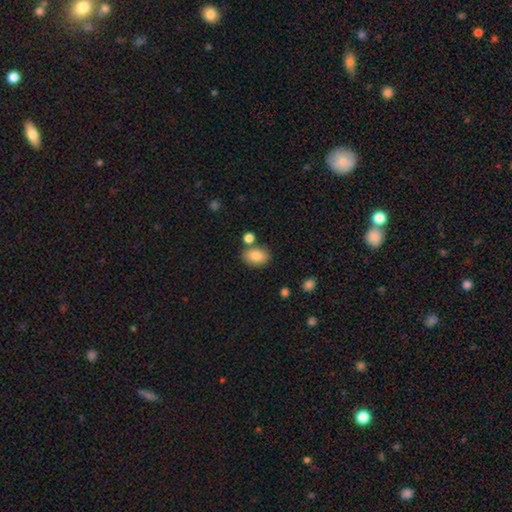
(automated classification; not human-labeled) Morphology: type=smooth (84%); roundness=in between (81%); merging=none (75%).